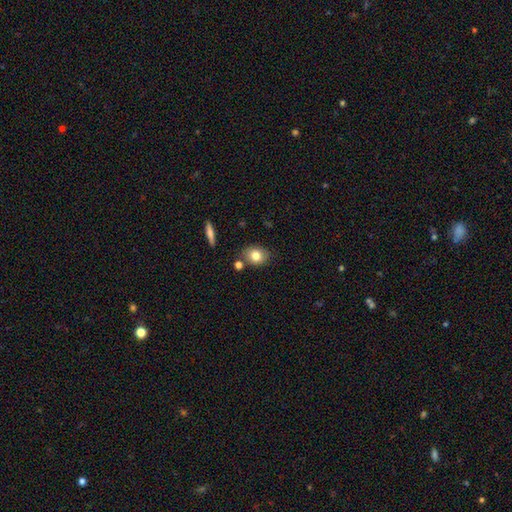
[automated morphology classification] smooth-or-featured: smooth: 80% | featured or disk: 11% | star or artifact: 9%
  how-rounded: in between: 51% | round: 48% | cigar-shaped: 1%
  merging: none: 77% | minor disturbance: 12% | merger: 8% | major disturbance: 3%